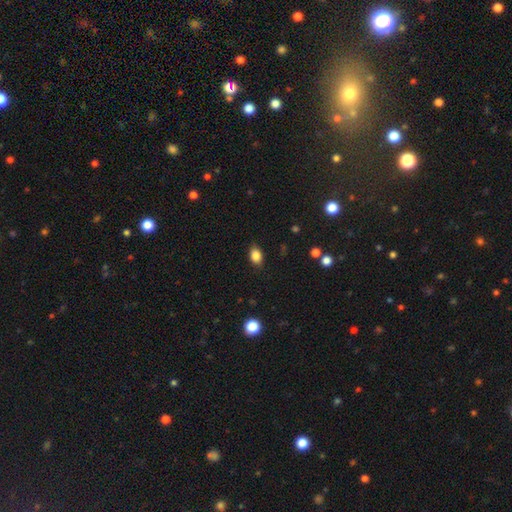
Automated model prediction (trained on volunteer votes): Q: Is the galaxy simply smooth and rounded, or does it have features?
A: smooth — 85%.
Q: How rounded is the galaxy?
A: in between — 79%.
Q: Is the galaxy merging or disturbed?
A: none — 86%.